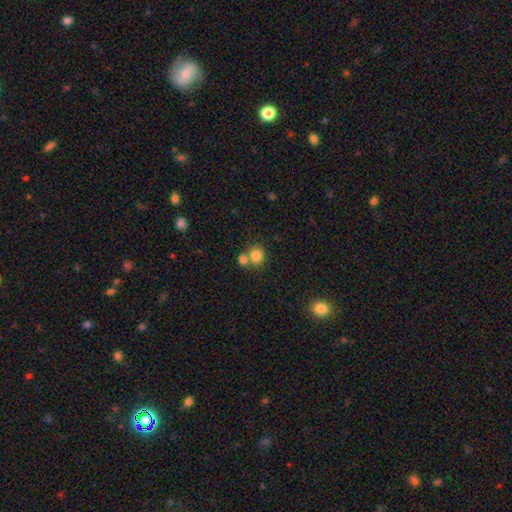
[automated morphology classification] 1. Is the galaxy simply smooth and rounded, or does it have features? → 82% smooth, 11% star or artifact, 8% featured or disk.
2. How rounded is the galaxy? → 82% round, 17% in between, 1% cigar-shaped.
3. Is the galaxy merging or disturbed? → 50% none, 39% merger, 8% minor disturbance, 3% major disturbance.